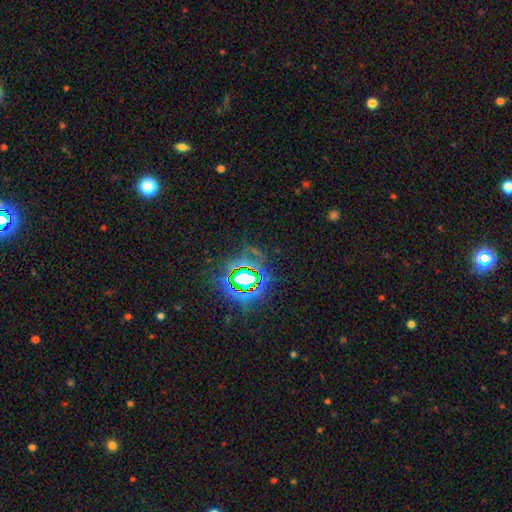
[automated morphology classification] smooth_or_featured: star or artifact (p=0.81) [alt: smooth p=0.10]